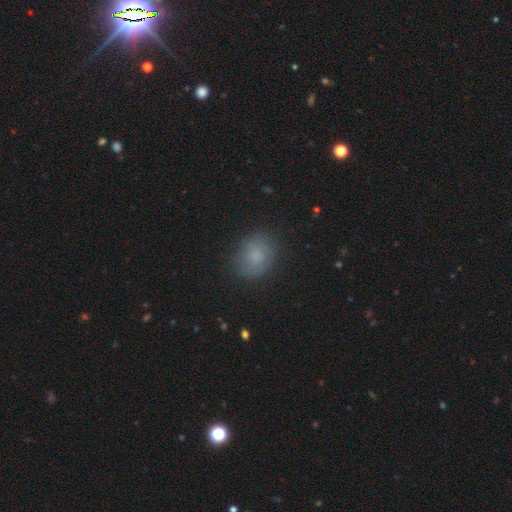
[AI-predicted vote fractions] This is clearly a smooth galaxy (80%). How rounded: possibly round (51%). Merging: clearly none (83%).